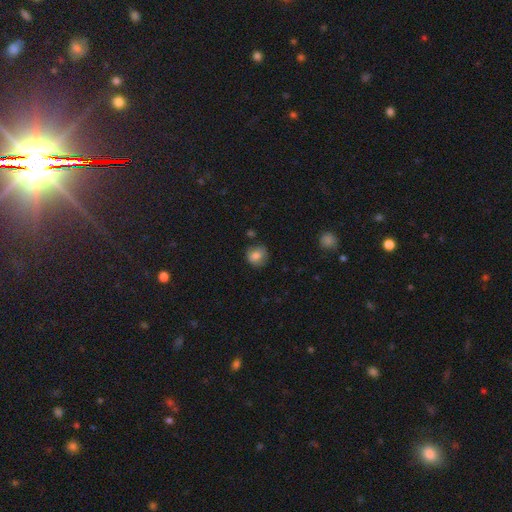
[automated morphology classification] This appears to be a smooth galaxy with no disk features (80%) that is round (84%). Merging: none (76%).